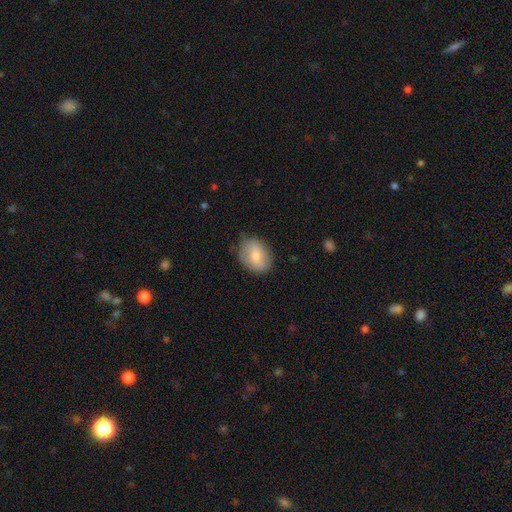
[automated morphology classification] Q: Smooth or featured?
A: smooth (71%); runner-up: featured or disk (22%)
Q: How rounded?
A: in between (56%); runner-up: round (43%)
Q: Merging?
A: none (77%); runner-up: minor disturbance (17%)